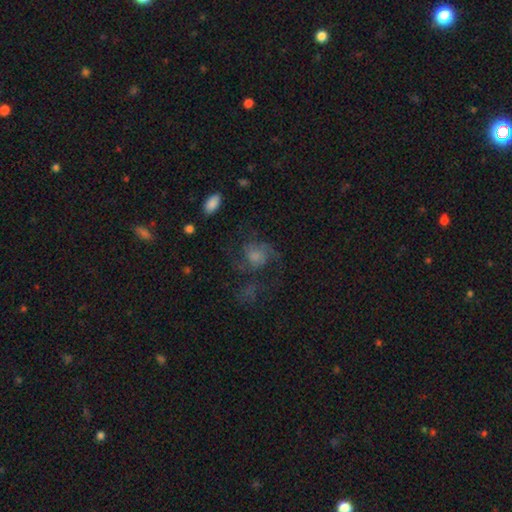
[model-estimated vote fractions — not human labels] Morphology: type=featured or disk (64%); edge-on=no (97%); bar=no (69%); spiral arms=yes (87%); winding=medium (49%); arm count=2 (60%); bulge=moderate (34%); merging=none (52%).